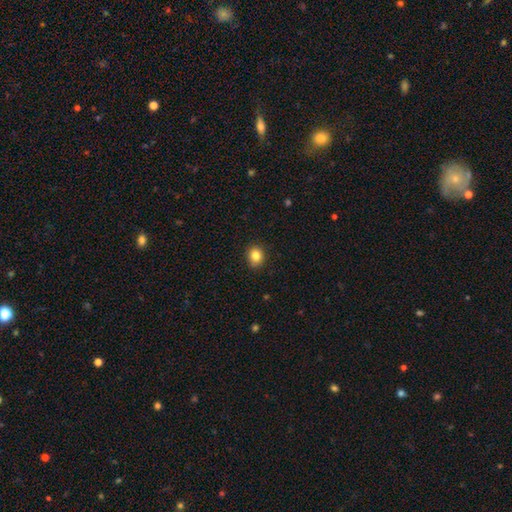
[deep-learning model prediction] This is clearly a smooth galaxy (84%). How rounded: likely round (68%). Merging: clearly none (87%).